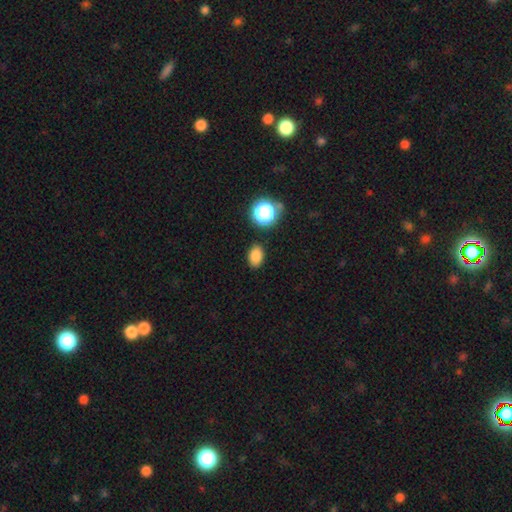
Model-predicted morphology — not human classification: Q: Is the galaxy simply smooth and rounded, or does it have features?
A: smooth — 82%.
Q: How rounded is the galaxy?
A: in between — 80%.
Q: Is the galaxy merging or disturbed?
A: none — 86%.